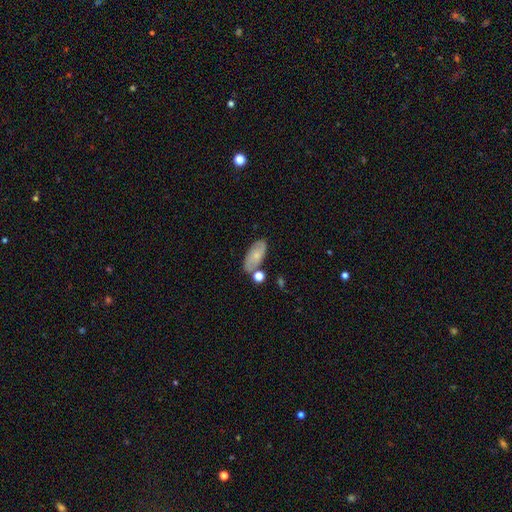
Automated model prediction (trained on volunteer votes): smooth-or-featured: smooth: 60% | featured or disk: 32% | star or artifact: 8%
  how-rounded: in between: 88% | cigar-shaped: 8% | round: 4%
  merging: none: 65% | minor disturbance: 18% | merger: 12% | major disturbance: 5%